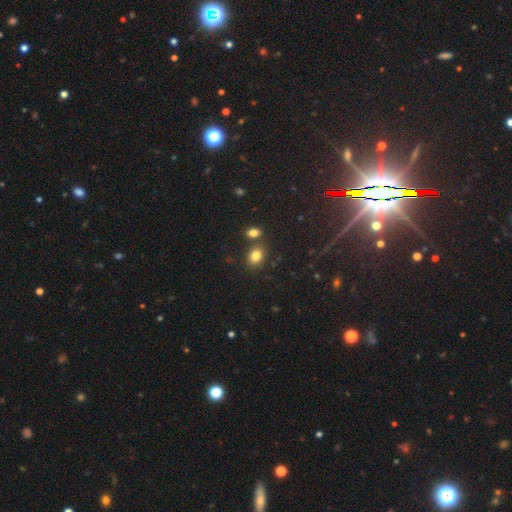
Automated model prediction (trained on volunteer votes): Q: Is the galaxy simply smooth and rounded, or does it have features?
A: smooth — 82%.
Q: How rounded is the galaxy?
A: in between — 60%.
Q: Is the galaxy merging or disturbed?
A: none — 70%.